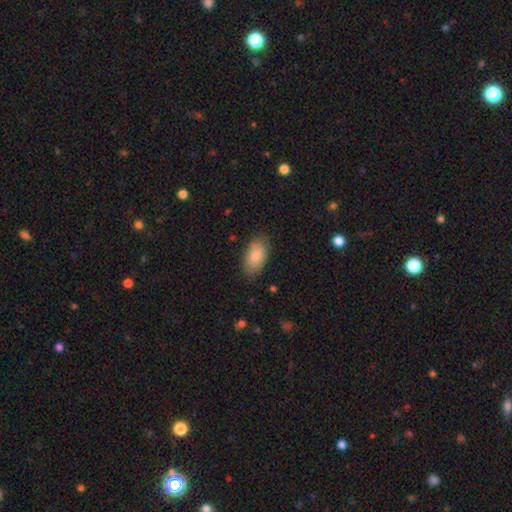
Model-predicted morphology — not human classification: Smooth or featured?
  - smooth: 84% *
  - featured or disk: 9%
  - star or artifact: 6%
How rounded?
  - in between: 94% *
  - round: 4%
  - cigar-shaped: 3%
Merging?
  - none: 82% *
  - minor disturbance: 14%
  - major disturbance: 3%
  - merger: 1%